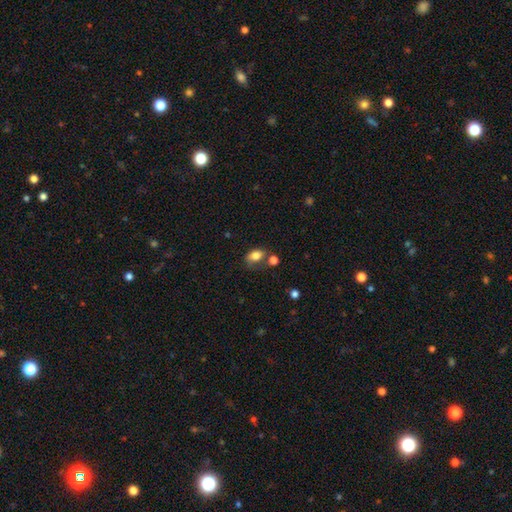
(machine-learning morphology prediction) This is likely a smooth galaxy (79%). How rounded: clearly in between (81%). Merging: possibly none (50%).